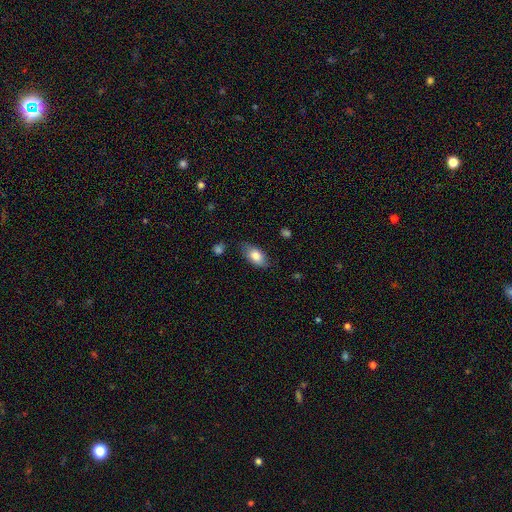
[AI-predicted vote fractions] smooth-or-featured: smooth: 80% | featured or disk: 13% | star or artifact: 7%
  how-rounded: in between: 91% | cigar-shaped: 5% | round: 4%
  merging: none: 76% | minor disturbance: 19% | major disturbance: 4% | merger: 2%